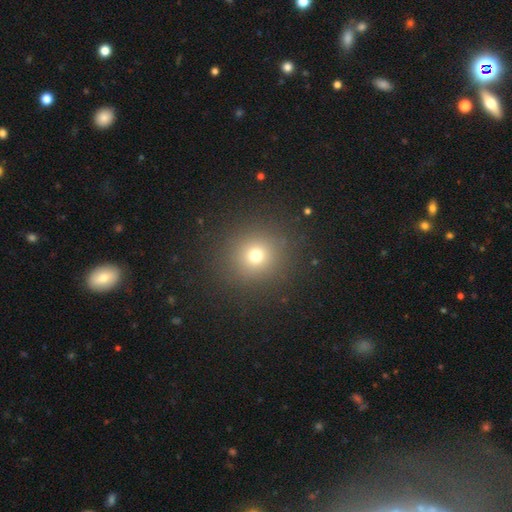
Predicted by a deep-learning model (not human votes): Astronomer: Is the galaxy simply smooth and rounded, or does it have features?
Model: smooth — 70%.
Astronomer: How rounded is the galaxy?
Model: round — 91%.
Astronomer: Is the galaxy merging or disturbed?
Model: none — 88%.